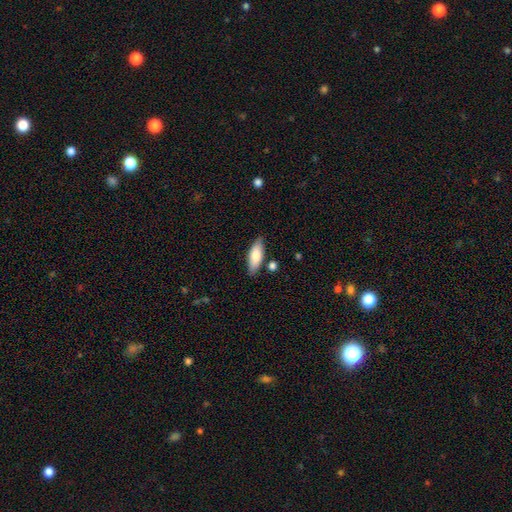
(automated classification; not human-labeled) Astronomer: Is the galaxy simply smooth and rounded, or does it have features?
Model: smooth — 79%.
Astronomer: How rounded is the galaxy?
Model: in between — 71%.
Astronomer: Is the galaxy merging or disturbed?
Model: none — 81%.